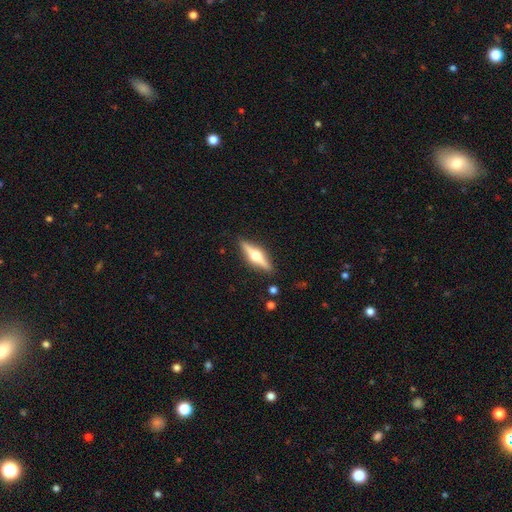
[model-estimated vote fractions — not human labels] Overall: featured or disk (73%). Edge-on disk: yes (97%). Edge-on bulge: rounded (96%). Merging: none (89%).